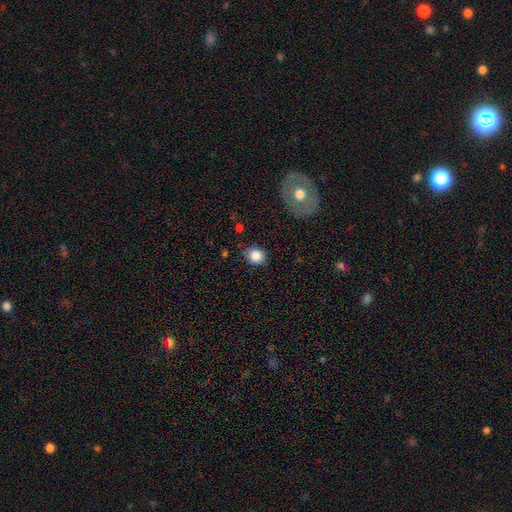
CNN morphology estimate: Smooth or featured?
  - smooth: 85% *
  - star or artifact: 9%
  - featured or disk: 6%
How rounded?
  - round: 67% *
  - in between: 32%
  - cigar-shaped: 1%
Merging?
  - none: 83% *
  - minor disturbance: 12%
  - major disturbance: 3%
  - merger: 2%